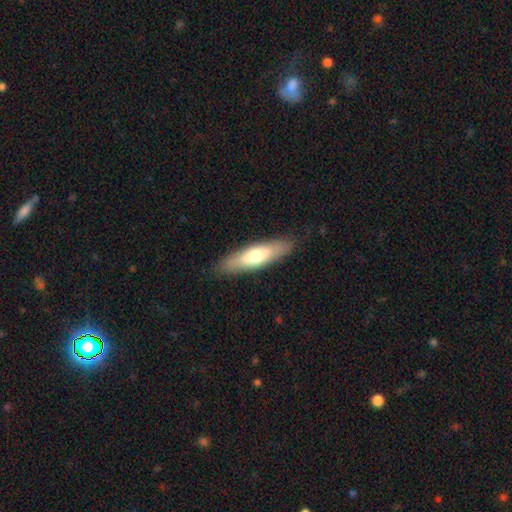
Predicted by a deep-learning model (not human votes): A smooth galaxy with no disk features (62%) that is cigar-shaped (61%). Merging: none (87%).